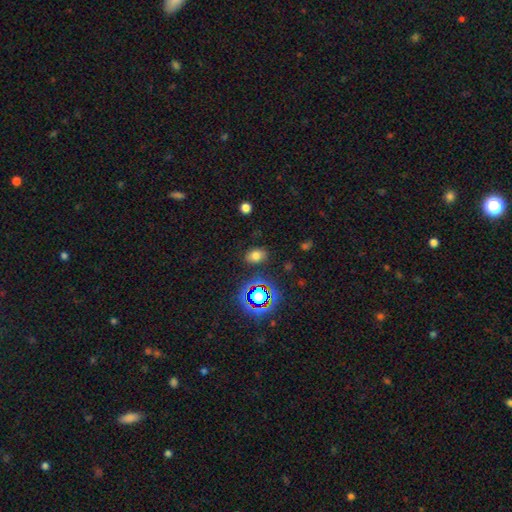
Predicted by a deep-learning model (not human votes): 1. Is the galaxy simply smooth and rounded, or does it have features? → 69% smooth, 22% star or artifact, 9% featured or disk.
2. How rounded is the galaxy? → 73% in between, 25% round, 1% cigar-shaped.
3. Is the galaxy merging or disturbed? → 83% none, 12% minor disturbance, 4% major disturbance, 2% merger.